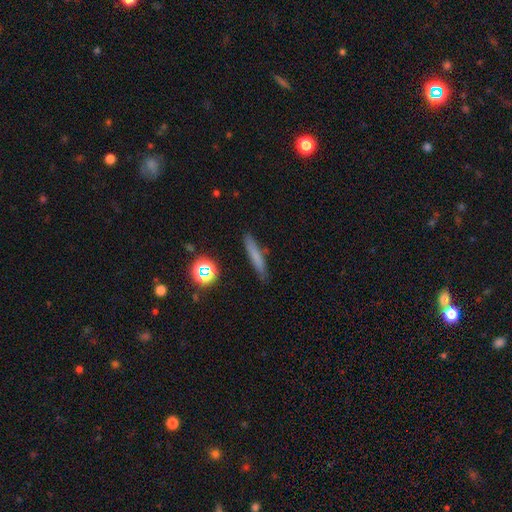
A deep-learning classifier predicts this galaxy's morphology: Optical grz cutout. It shows a smooth galaxy with no disk features (68%) that is cigar-shaped (90%). Merging: none (84%).